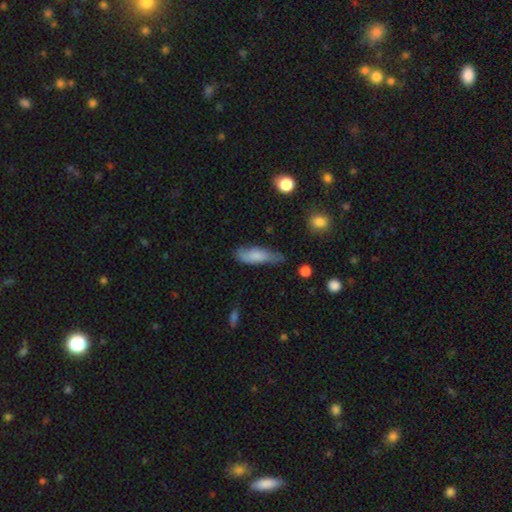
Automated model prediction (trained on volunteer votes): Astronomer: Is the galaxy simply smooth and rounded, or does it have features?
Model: smooth — 75%.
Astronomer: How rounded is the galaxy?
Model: in between — 50% (runner-up: cigar-shaped, 47%).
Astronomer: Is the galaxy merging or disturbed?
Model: none — 50% (runner-up: minor disturbance, 37%).